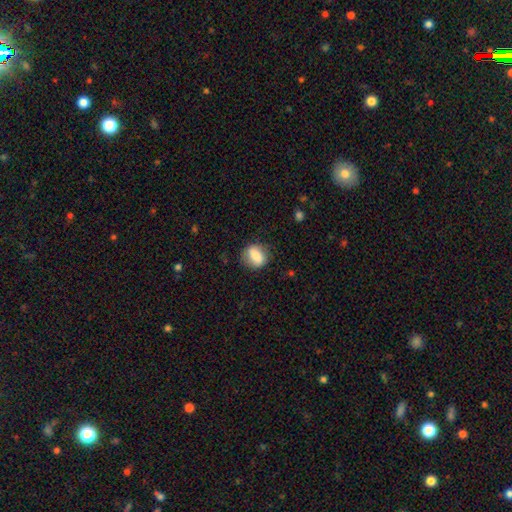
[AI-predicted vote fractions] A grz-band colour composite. It shows a smooth galaxy with no disk features (70%) that is round (54%). Merging: none (79%).